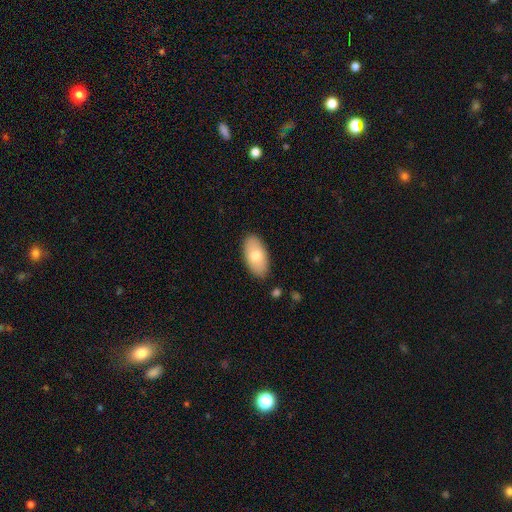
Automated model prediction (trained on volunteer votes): smooth 72%, featured or disk 22%, star or artifact 6%. Down the decision tree: how rounded — in between (95%); merging — none (87%).